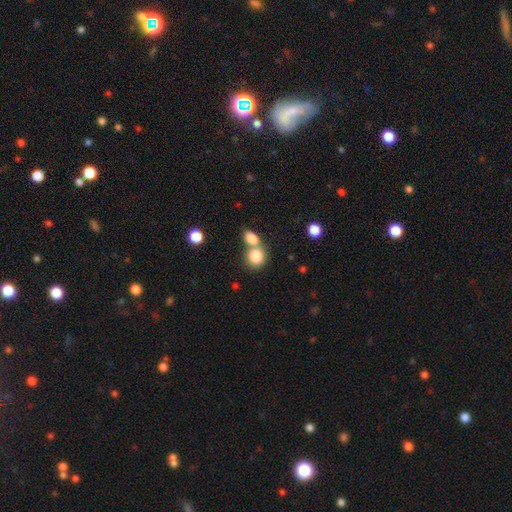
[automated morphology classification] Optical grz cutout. It shows a smooth galaxy with no disk features (83%) that is round (66%). Merging: merger (53%).